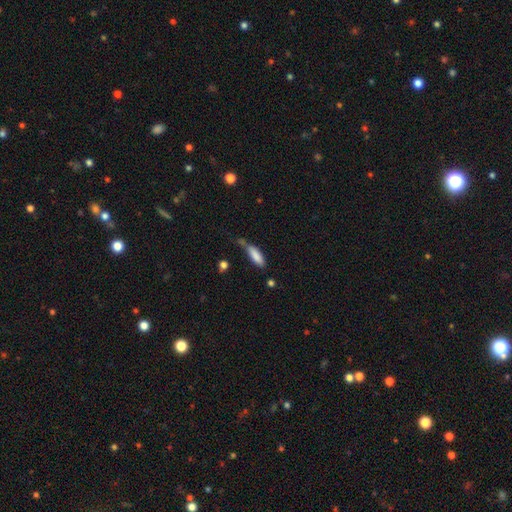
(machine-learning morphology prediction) Smooth or featured? Predicted: smooth (p=0.83). How rounded? Predicted: in between (p=0.51). Merging? Predicted: none (p=0.47).